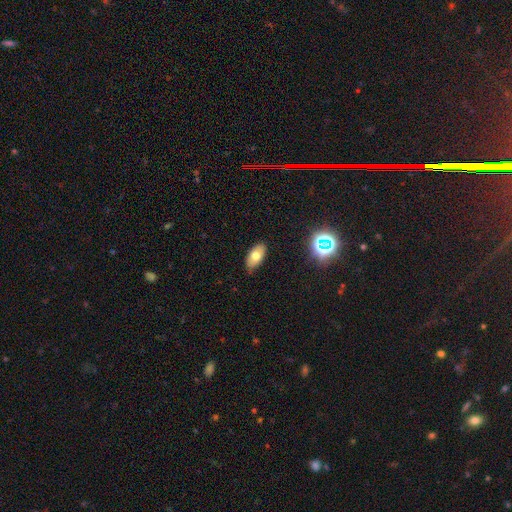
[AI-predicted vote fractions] This is likely a smooth galaxy (71%). How rounded: clearly in between (92%). Merging: clearly none (83%).